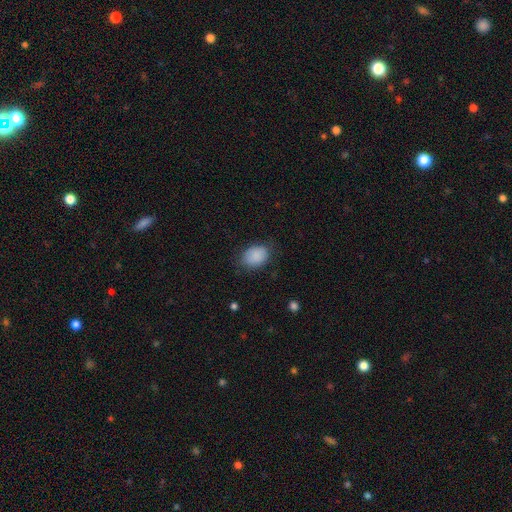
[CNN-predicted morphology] smooth_or_featured: smooth (p=0.88) [alt: star or artifact p=0.07]
how_rounded: in between (p=0.69) [alt: round p=0.30]
merging: none (p=0.77) [alt: minor disturbance p=0.18]